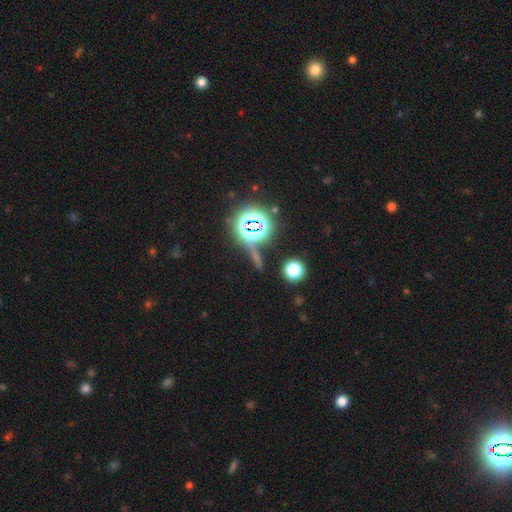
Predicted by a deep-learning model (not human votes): star or artifact 64%, smooth 24%, featured or disk 12%.